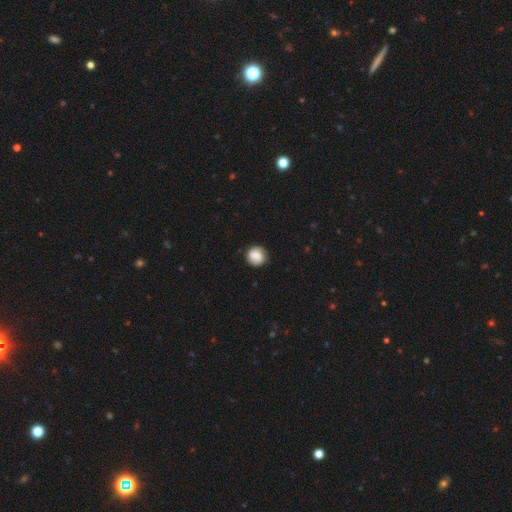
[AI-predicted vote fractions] This appears to be a smooth galaxy with no disk features (78%) that is round (91%). Merging: none (82%).